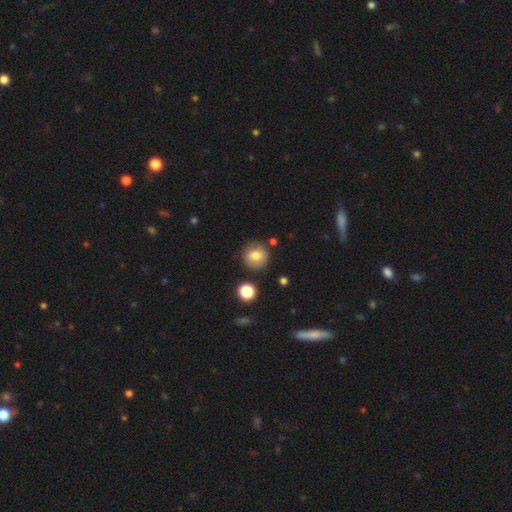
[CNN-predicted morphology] A smooth galaxy with no disk features (78%) that is round (92%).

Vote fractions:
- Smooth or featured? smooth: 78% / featured or disk: 11% / star or artifact: 10%
- How rounded? round: 92% / in between: 7% / cigar-shaped: 1%
- Merging? none: 84% / minor disturbance: 9% / merger: 4% / major disturbance: 3%